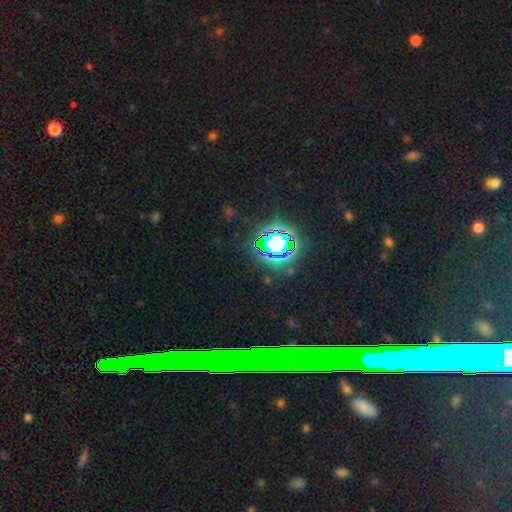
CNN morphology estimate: This appears to be a star or artifact, not a galaxy (79%).